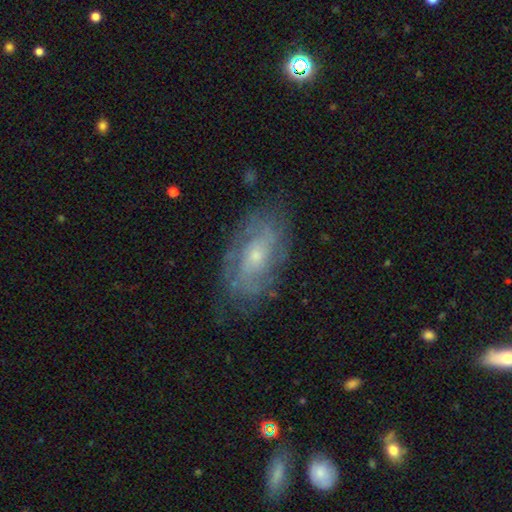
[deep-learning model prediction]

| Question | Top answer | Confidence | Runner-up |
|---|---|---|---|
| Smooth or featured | featured or disk | 70% | smooth (22%) |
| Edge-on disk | no | 92% | yes (8%) |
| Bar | no | 68% | weak (27%) |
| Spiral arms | yes | 78% | no (22%) |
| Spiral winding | tight | 52% | medium (34%) |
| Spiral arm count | can't tell | 49% | 2 (32%) |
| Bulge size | small | 63% | moderate (32%) |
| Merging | none | 73% | minor disturbance (18%) |